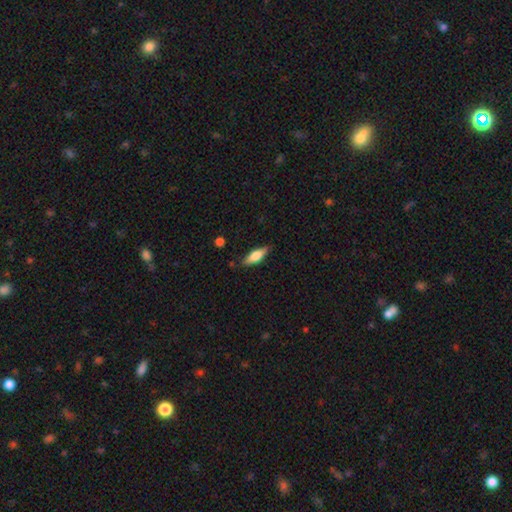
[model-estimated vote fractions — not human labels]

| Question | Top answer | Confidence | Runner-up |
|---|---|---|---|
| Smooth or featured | smooth | 68% | featured or disk (26%) |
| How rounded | in between | 58% | cigar-shaped (40%) |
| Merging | none | 83% | minor disturbance (13%) |